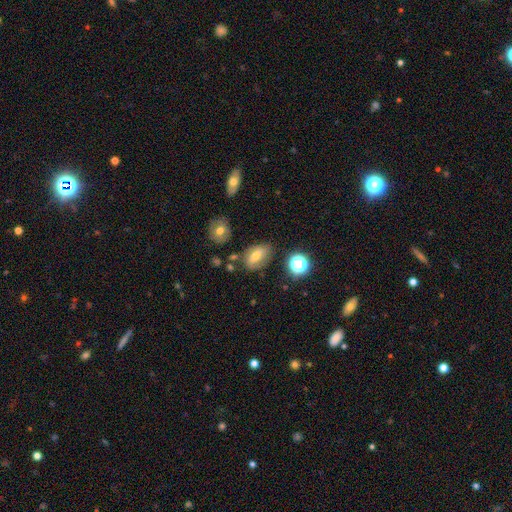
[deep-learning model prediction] Smooth or featured?
  - smooth: 57% *
  - featured or disk: 29%
  - star or artifact: 15%
How rounded?
  - in between: 80% *
  - round: 16%
  - cigar-shaped: 4%
Merging?
  - none: 67% *
  - minor disturbance: 20%
  - major disturbance: 7%
  - merger: 6%